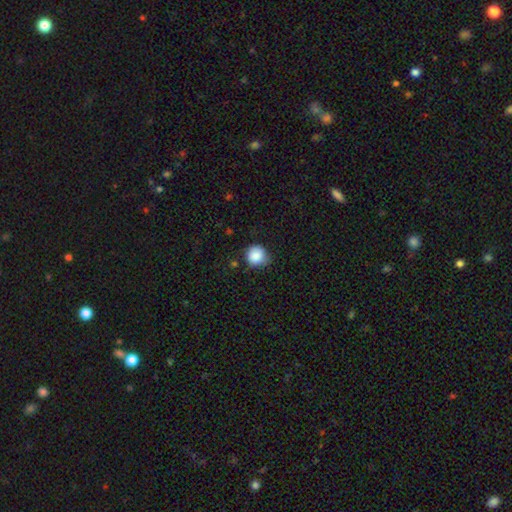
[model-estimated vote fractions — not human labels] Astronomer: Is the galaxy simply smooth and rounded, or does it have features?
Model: smooth — 87%.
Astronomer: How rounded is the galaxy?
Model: round — 90%.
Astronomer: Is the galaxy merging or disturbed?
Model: none — 71%.